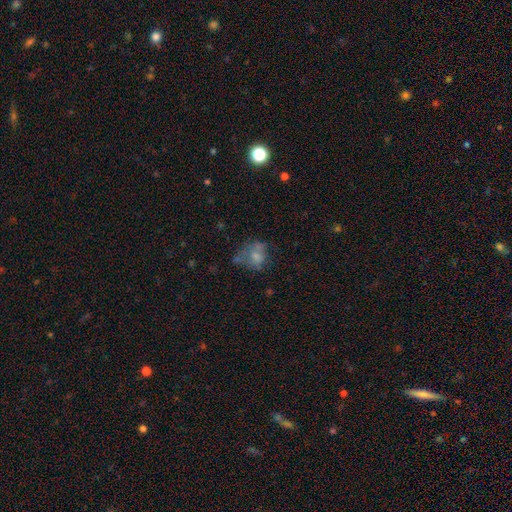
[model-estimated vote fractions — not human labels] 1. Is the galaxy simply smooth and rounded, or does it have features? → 61% smooth, 26% featured or disk, 13% star or artifact.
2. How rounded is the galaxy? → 50% round, 48% in between, 1% cigar-shaped.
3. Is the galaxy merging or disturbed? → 34% none, 27% major disturbance, 24% minor disturbance, 14% merger.